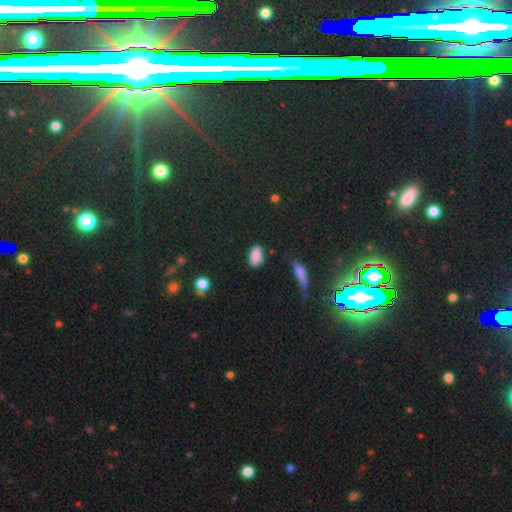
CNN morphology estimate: A smooth galaxy with no disk features (83%) that is in between round and cigar-shaped (87%).

Vote fractions:
- Smooth or featured? smooth: 83% / star or artifact: 10% / featured or disk: 7%
- How rounded? in between: 87% / cigar-shaped: 8% / round: 5%
- Merging? none: 73% / minor disturbance: 19% / major disturbance: 4% / merger: 4%